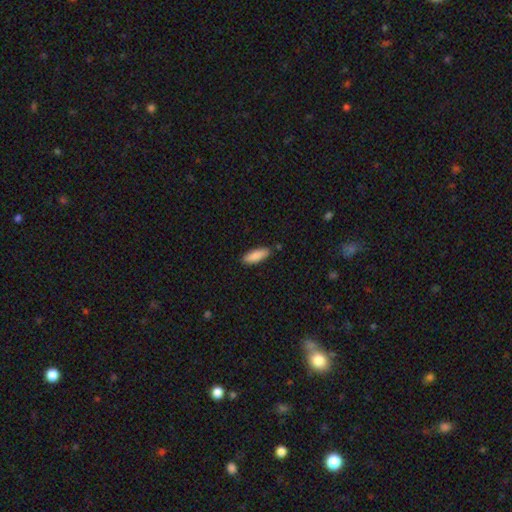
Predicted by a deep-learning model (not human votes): A smooth galaxy with no disk features (87%) that is in between round and cigar-shaped (59%).

Vote fractions:
- Smooth or featured? smooth: 87% / featured or disk: 7% / star or artifact: 6%
- How rounded? in between: 59% / cigar-shaped: 40% / round: 2%
- Merging? none: 84% / minor disturbance: 12% / merger: 2% / major disturbance: 2%